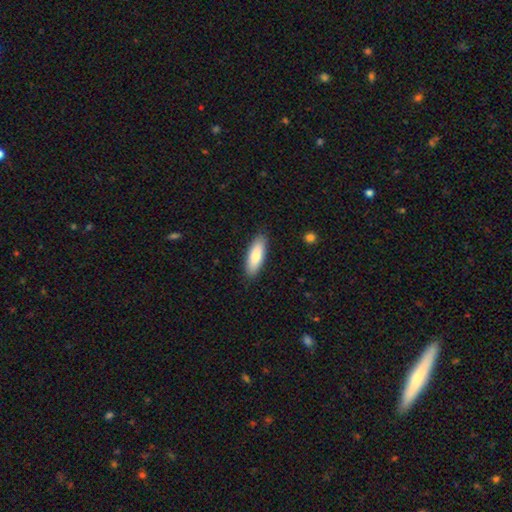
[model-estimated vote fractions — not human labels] The model was most divided on "how rounded": in between: 60%, cigar-shaped: 39%, round: 2%. More confident: merging — none (88%); smooth or featured — smooth (83%).